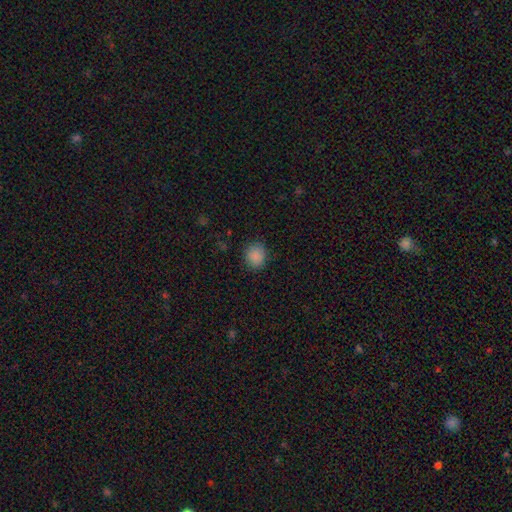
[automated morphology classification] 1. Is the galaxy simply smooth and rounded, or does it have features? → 87% smooth, 10% star or artifact, 3% featured or disk.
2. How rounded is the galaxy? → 74% round, 25% in between, 1% cigar-shaped.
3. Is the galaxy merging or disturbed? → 86% none, 11% minor disturbance, 3% major disturbance, 1% merger.